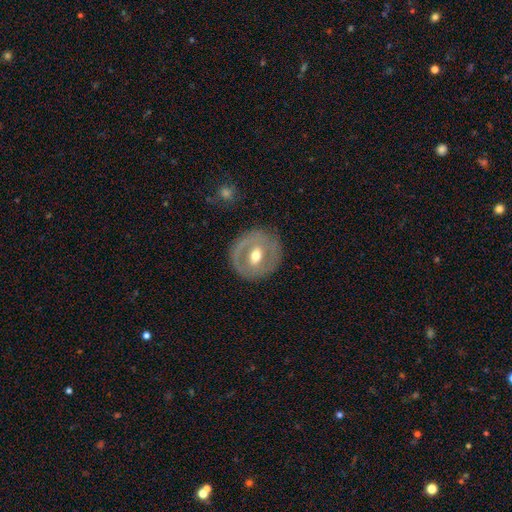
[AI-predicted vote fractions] Smooth or featured? Predicted: featured or disk (p=0.65). Edge-on disk? Predicted: no (p=0.94). Bar? Predicted: weak (p=0.44). Spiral arms? Predicted: no (p=0.61). Bulge size? Predicted: moderate (p=0.76). Merging? Predicted: none (p=0.80).